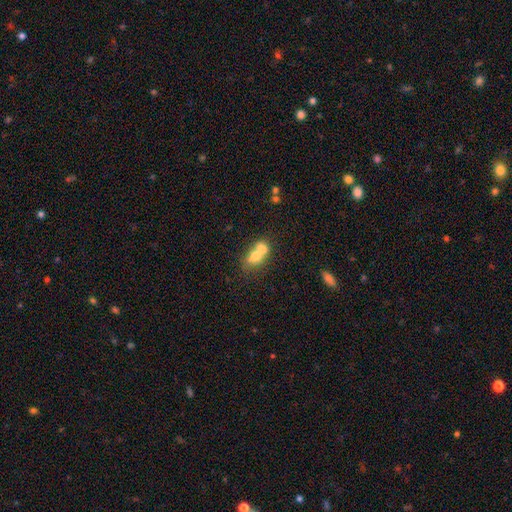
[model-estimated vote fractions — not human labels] A smooth galaxy with no disk features (67%) that is in between round and cigar-shaped (55%). Merging: merger (72%).